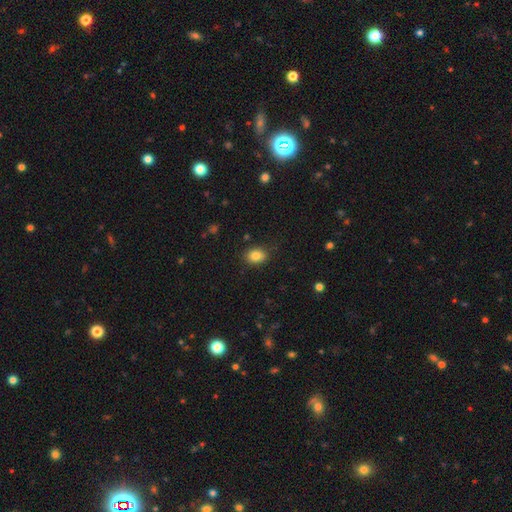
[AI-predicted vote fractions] This appears to be a smooth galaxy with no disk features (84%) that is in between round and cigar-shaped (57%). Merging: none (82%).